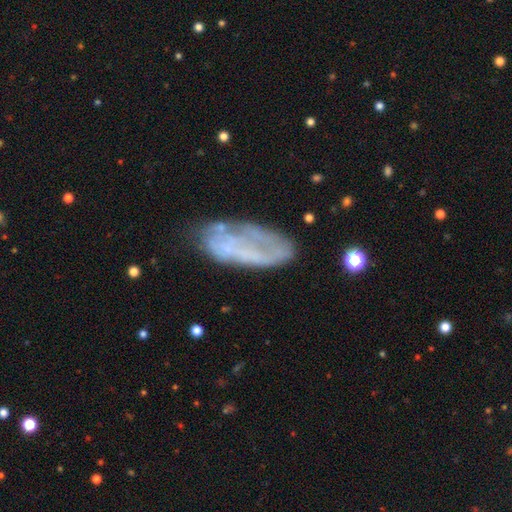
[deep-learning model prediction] featured or disk 54%, smooth 36%, star or artifact 9%. Down the decision tree: edge-on disk — no (92%); merging — none (42%).